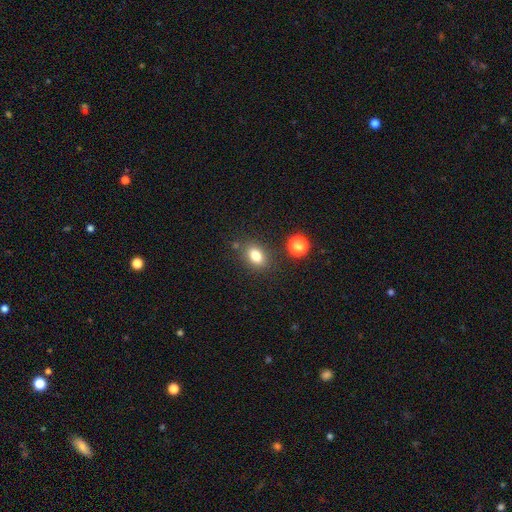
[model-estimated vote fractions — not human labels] Morphology: type=smooth (81%); roundness=in between (74%); merging=none (78%).